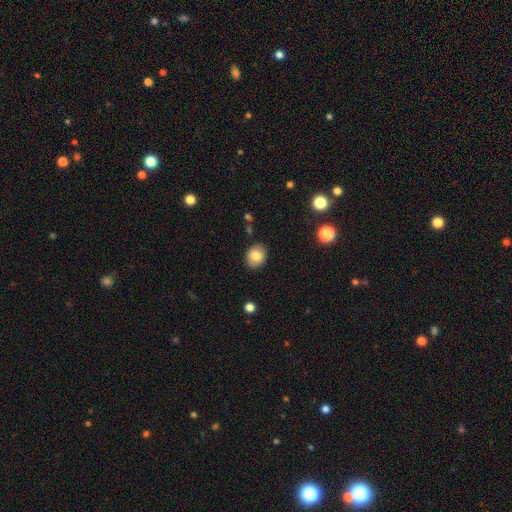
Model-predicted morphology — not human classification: Smooth or featured? smooth (82%)
How rounded? round (51%)
Merging? none (87%)